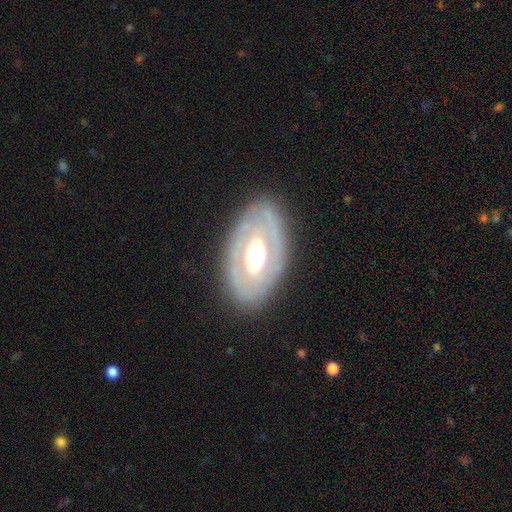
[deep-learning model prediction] A featured or disk galaxy (69%) with no bar (52%), no spiral arms (71%) and a moderate central bulge (54%). Merging: none (80%).